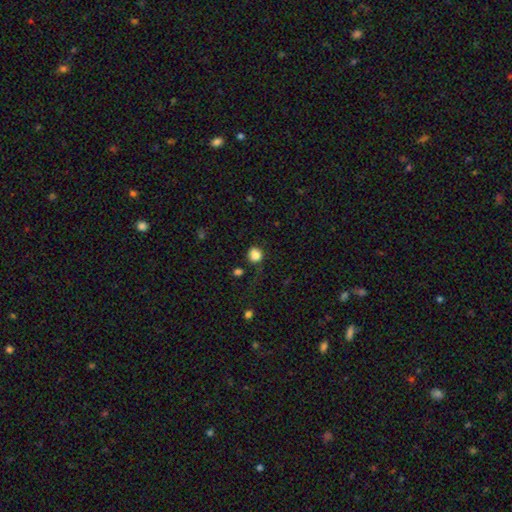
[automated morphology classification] Smooth or featured? Predicted: smooth (p=0.84). How rounded? Predicted: round (p=0.84). Merging? Predicted: none (p=0.66).